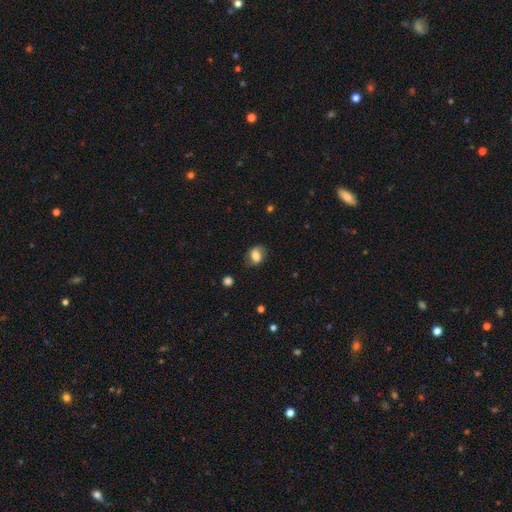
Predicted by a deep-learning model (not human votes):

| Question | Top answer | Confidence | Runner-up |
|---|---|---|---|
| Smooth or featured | smooth | 62% | featured or disk (29%) |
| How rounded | in between | 64% | round (34%) |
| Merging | none | 67% | minor disturbance (23%) |